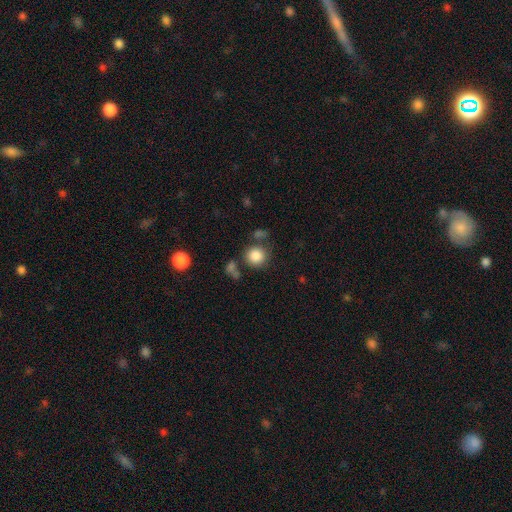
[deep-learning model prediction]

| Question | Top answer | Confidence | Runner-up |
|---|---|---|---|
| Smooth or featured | smooth | 85% | star or artifact (9%) |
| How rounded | round | 90% | in between (9%) |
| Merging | none | 71% | minor disturbance (12%) |